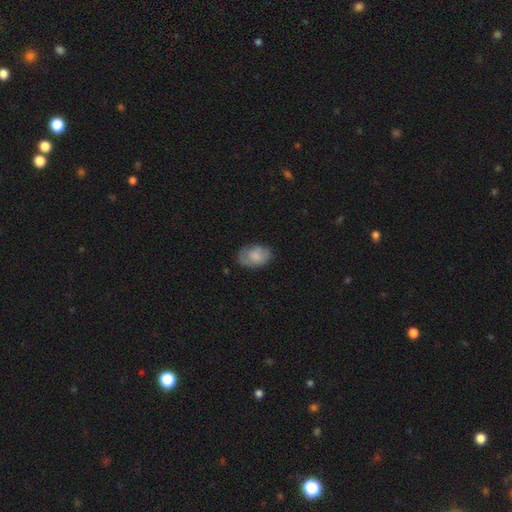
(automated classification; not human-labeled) smooth_or_featured: smooth (p=0.71) [alt: featured or disk p=0.22]
how_rounded: in between (p=0.83) [alt: round p=0.16]
merging: none (p=0.68) [alt: minor disturbance p=0.23]